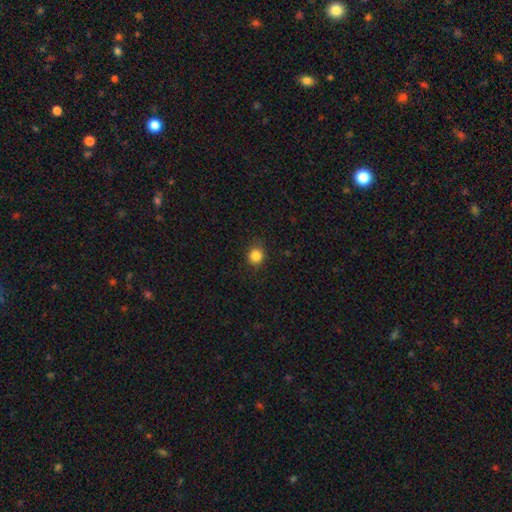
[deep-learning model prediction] A smooth galaxy with no disk features (84%) that is round (87%). Merging: none (85%).